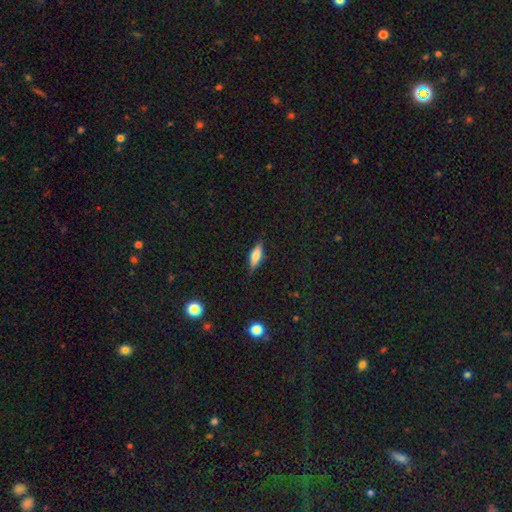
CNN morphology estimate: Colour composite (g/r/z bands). It shows a smooth galaxy with no disk features (62%) that is in between round and cigar-shaped (57%). Merging: none (82%).